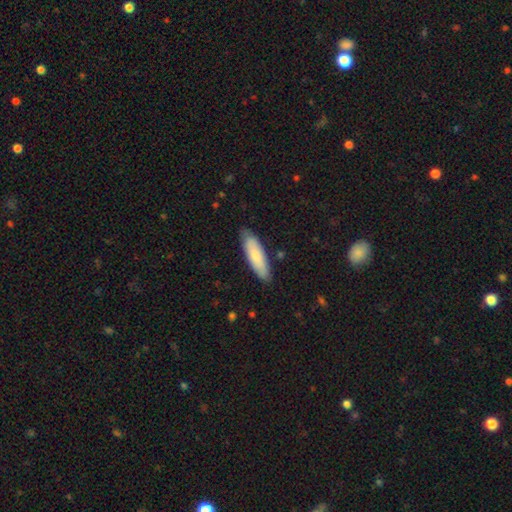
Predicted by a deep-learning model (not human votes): Smooth or featured: smooth — 74% (featured or disk — 21%)
How rounded: cigar-shaped — 52% (in between — 47%)
Merging: none — 80% (minor disturbance — 16%)